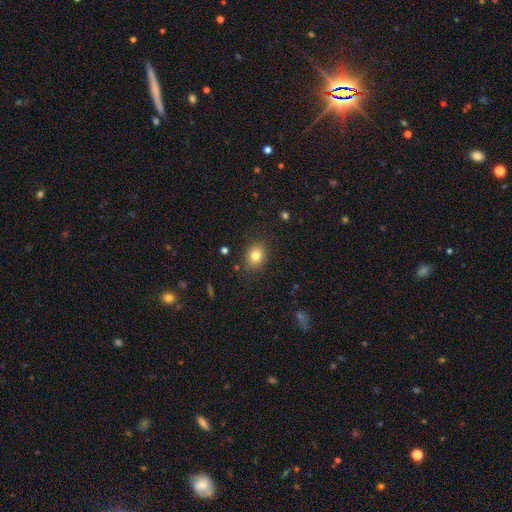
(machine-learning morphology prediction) This appears to be a smooth galaxy with no disk features (81%) that is round (54%). Merging: none (86%).